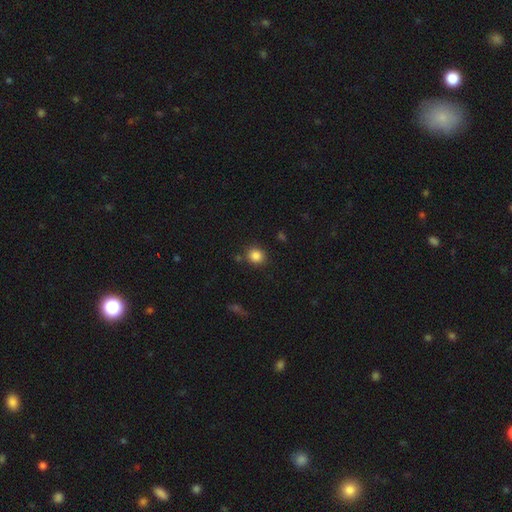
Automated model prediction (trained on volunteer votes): Smooth or featured? Predicted: smooth (p=0.85). How rounded? Predicted: round (p=0.82). Merging? Predicted: none (p=0.83).